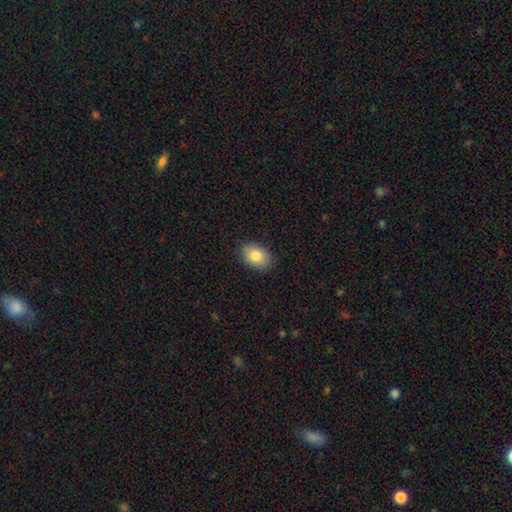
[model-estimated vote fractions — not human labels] smooth 83%, featured or disk 9%, star or artifact 7%. Down the decision tree: how rounded — in between (84%); merging — none (88%).